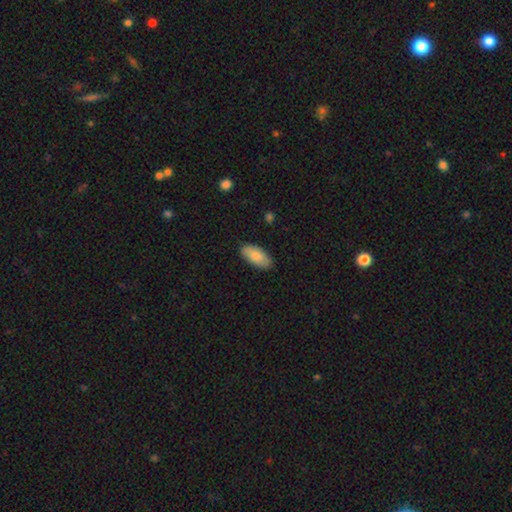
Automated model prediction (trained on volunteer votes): Overall: smooth (84%). How rounded: in between (91%). Merging: none (86%).